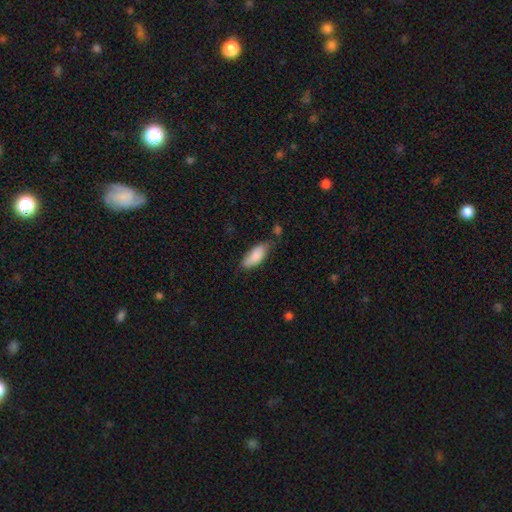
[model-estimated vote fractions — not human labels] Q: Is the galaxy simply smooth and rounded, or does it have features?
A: smooth — 85%.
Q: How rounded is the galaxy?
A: in between — 79%.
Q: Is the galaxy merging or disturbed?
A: none — 60%.